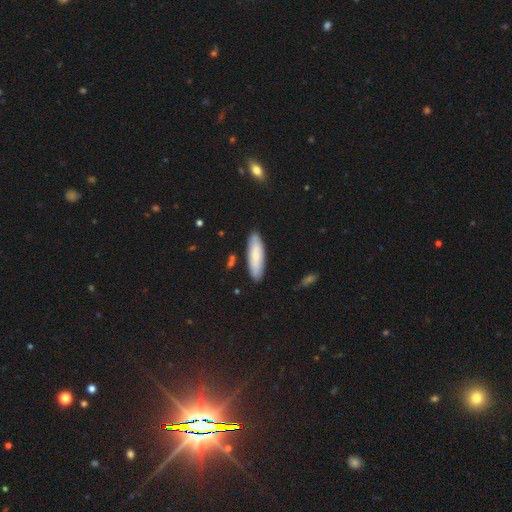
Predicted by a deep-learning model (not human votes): Smooth or featured? Predicted: smooth (p=0.71). How rounded? Predicted: cigar-shaped (p=0.56). Merging? Predicted: none (p=0.85).